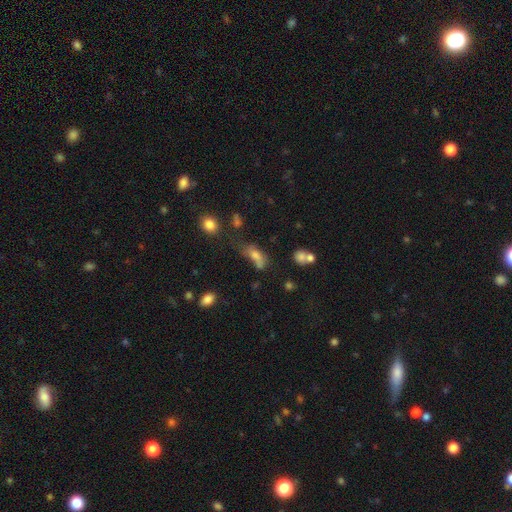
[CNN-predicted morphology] This appears to be a smooth galaxy with no disk features (62%) that is in between round and cigar-shaped (70%). Merging: none (37%).